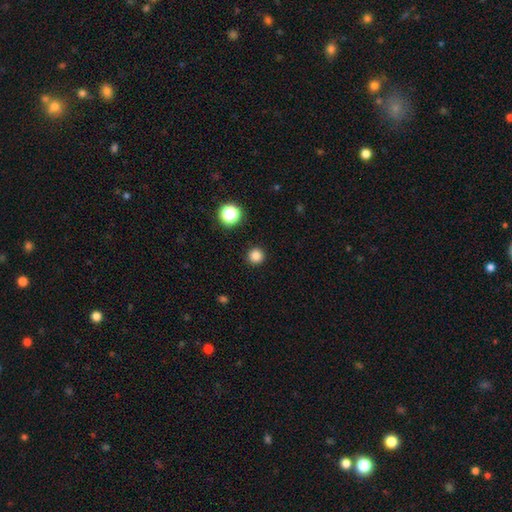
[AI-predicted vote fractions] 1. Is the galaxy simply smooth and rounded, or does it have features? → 83% smooth, 13% star or artifact, 4% featured or disk.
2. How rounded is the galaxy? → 96% round, 3% in between, 1% cigar-shaped.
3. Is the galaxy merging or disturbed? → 92% none, 5% minor disturbance, 2% major disturbance, 1% merger.